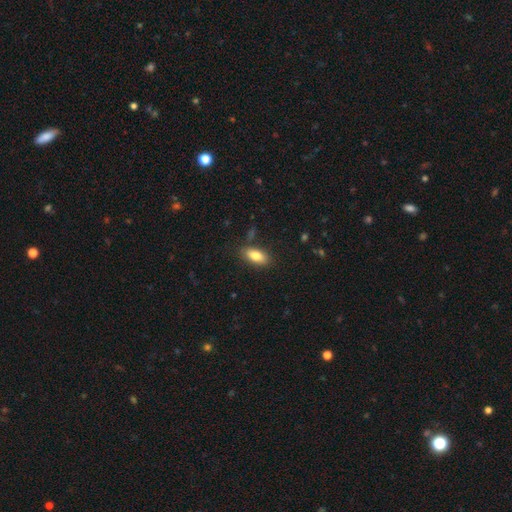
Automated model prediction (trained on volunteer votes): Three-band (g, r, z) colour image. It shows a smooth galaxy with no disk features (81%) that is in between round and cigar-shaped (87%). Merging: none (82%).